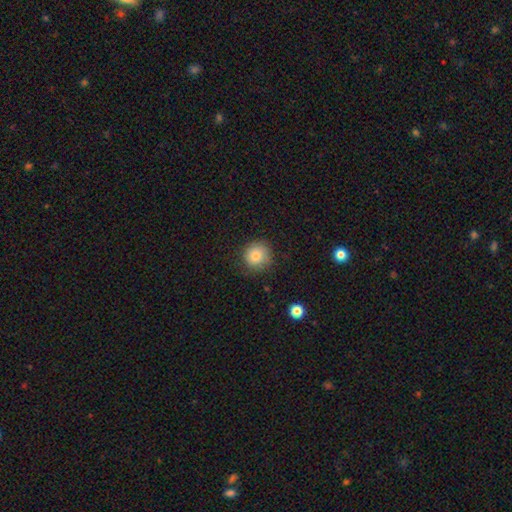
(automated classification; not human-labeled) Smooth or featured?
  - smooth: 81% *
  - star or artifact: 10%
  - featured or disk: 9%
How rounded?
  - round: 92% *
  - in between: 7%
  - cigar-shaped: 1%
Merging?
  - none: 82% *
  - minor disturbance: 14%
  - major disturbance: 4%
  - merger: 1%